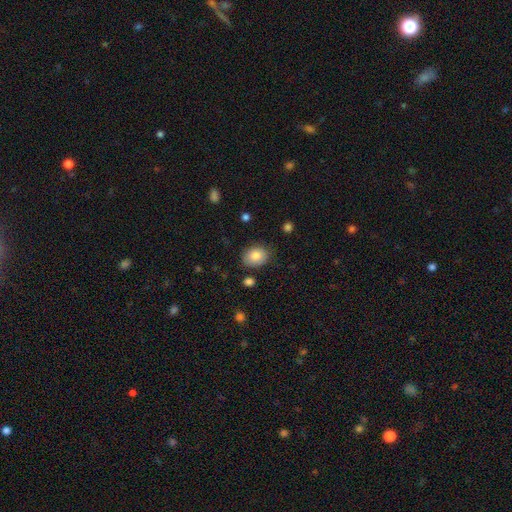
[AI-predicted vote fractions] Smooth or featured?
  - smooth: 83% *
  - featured or disk: 9%
  - star or artifact: 8%
How rounded?
  - in between: 61% *
  - round: 38%
  - cigar-shaped: 1%
Merging?
  - none: 82% *
  - minor disturbance: 13%
  - major disturbance: 3%
  - merger: 2%